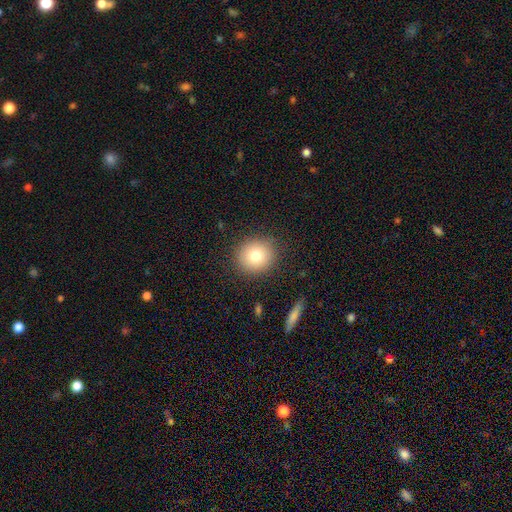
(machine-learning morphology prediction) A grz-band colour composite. It shows a smooth galaxy with no disk features (77%) that is round (85%). Merging: none (88%).